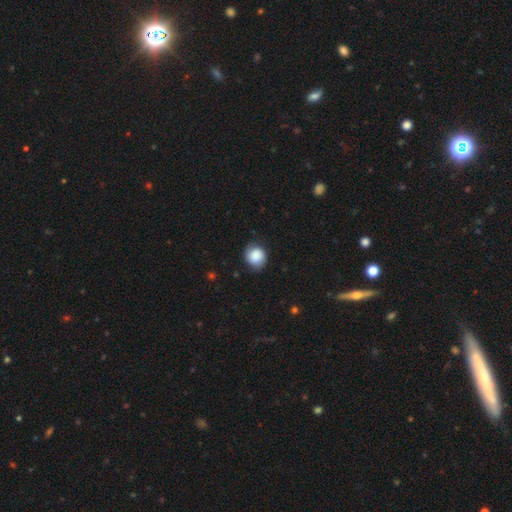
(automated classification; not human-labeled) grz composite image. It shows a smooth galaxy with no disk features (84%) that is round (80%). Merging: none (77%).